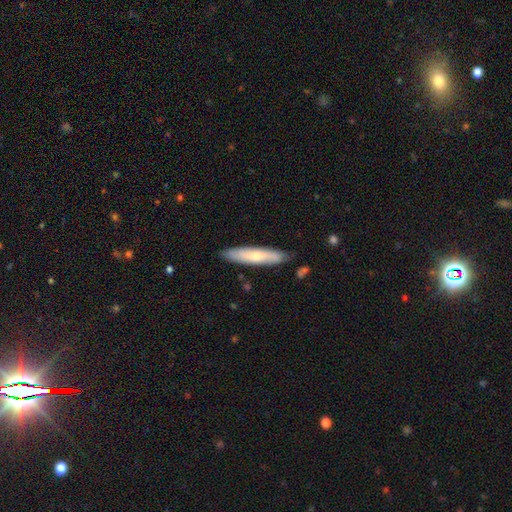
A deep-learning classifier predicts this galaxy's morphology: type=smooth (63%); roundness=cigar-shaped (84%); merging=none (85%).